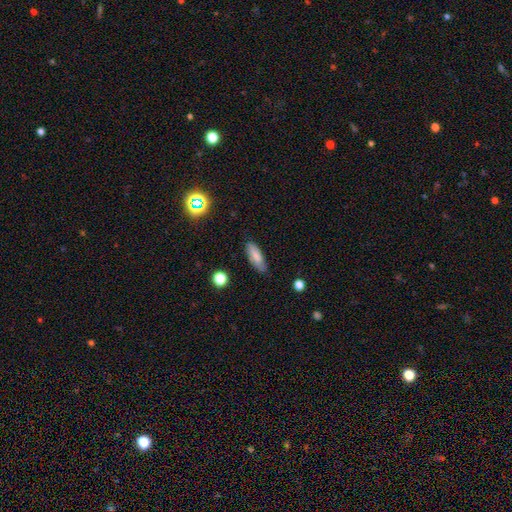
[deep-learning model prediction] Morphology: type=smooth (80%); roundness=in between (63%); merging=none (78%).